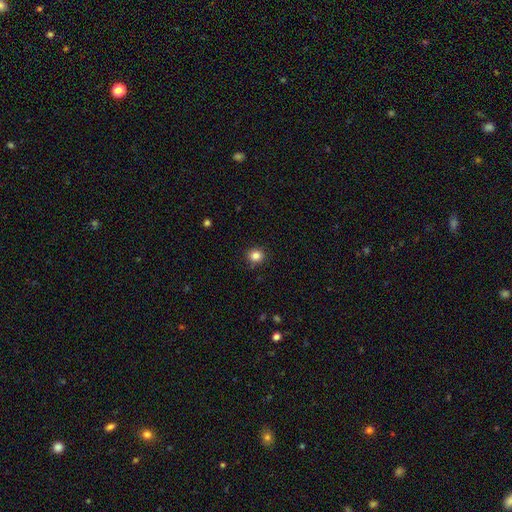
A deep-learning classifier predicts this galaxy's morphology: Smooth or featured: smooth — 84% (star or artifact — 11%)
How rounded: round — 89% (in between — 10%)
Merging: none — 89% (minor disturbance — 7%)